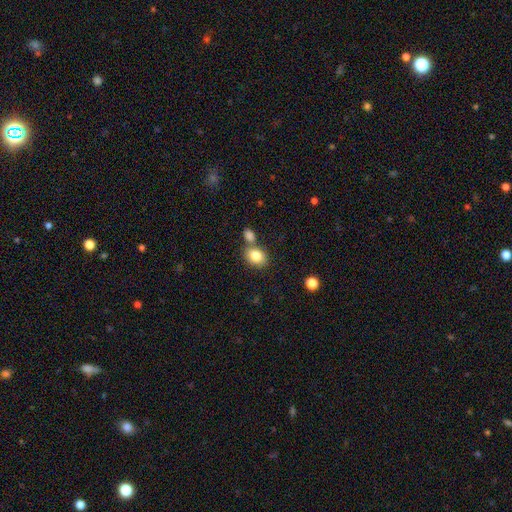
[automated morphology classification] smooth_or_featured: smooth (p=0.83) [alt: star or artifact p=0.09]
how_rounded: in between (p=0.60) [alt: round p=0.39]
merging: none (p=0.60) [alt: merger p=0.25]